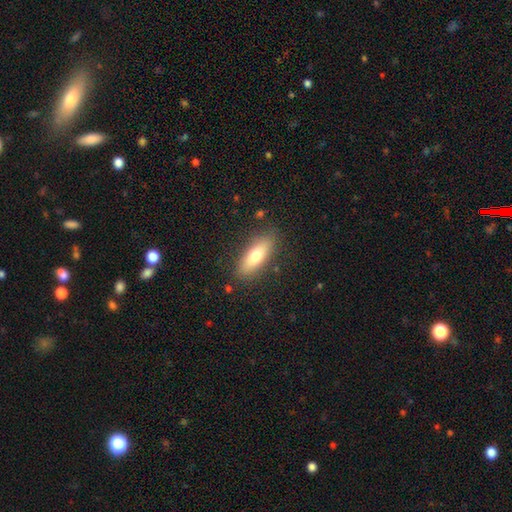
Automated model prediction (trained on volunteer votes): The model was most divided on "how rounded": in between: 61%, cigar-shaped: 36%, round: 3%. More confident: merging — none (84%); smooth or featured — smooth (70%).